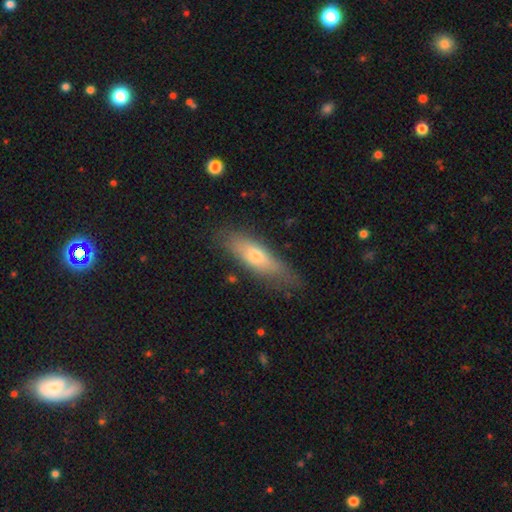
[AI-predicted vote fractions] The model was most divided on "how rounded": cigar-shaped: 54%, in between: 44%, round: 2%. More confident: merging — none (73%); smooth or featured — smooth (63%).